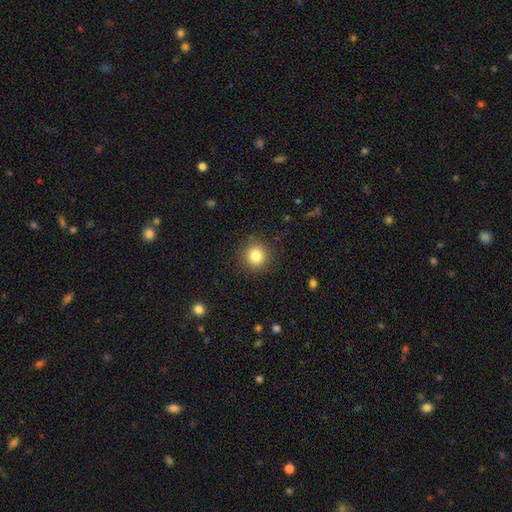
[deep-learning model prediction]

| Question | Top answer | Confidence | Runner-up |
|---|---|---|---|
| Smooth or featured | smooth | 83% | star or artifact (11%) |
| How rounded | round | 93% | in between (7%) |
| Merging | none | 89% | minor disturbance (7%) |